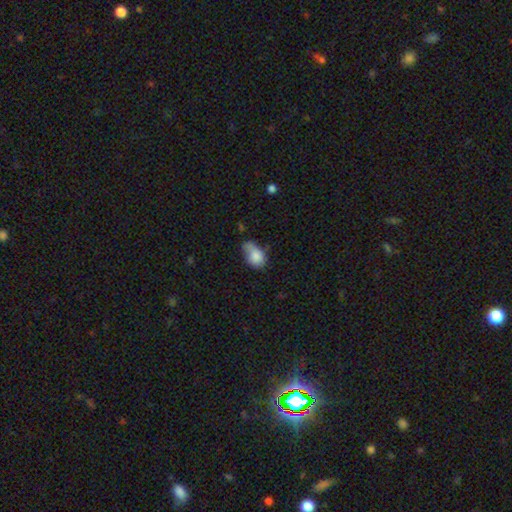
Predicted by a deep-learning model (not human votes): This appears to be a smooth galaxy with no disk features (81%) that is in between round and cigar-shaped (76%). Merging: minor disturbance (36%).